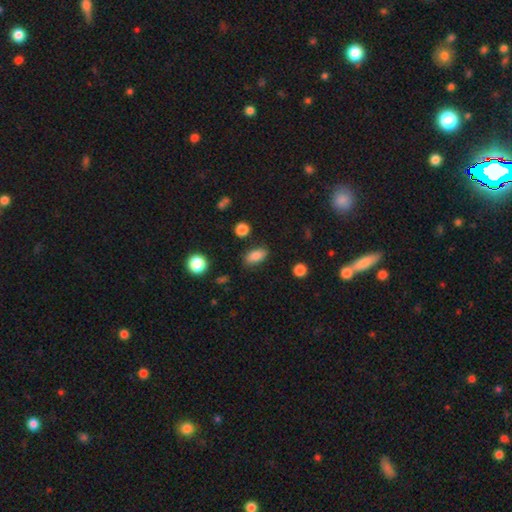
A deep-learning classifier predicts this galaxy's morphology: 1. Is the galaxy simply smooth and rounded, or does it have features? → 84% smooth, 9% star or artifact, 7% featured or disk.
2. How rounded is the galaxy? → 86% in between, 7% round, 7% cigar-shaped.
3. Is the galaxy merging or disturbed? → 82% none, 12% minor disturbance, 3% major disturbance, 2% merger.